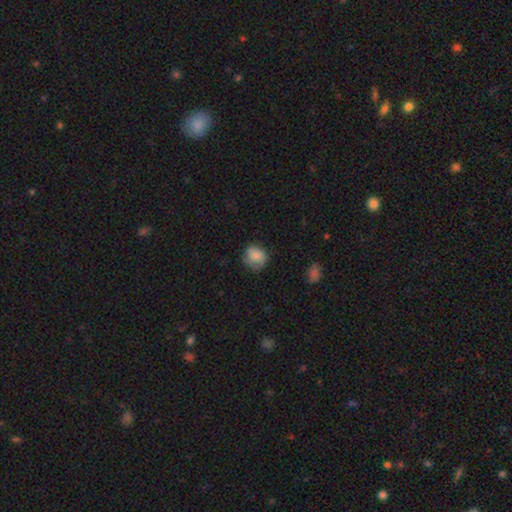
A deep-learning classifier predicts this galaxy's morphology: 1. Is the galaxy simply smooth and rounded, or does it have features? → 73% smooth, 19% featured or disk, 8% star or artifact.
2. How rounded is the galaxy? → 76% round, 23% in between, 1% cigar-shaped.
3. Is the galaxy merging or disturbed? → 65% none, 26% minor disturbance, 7% major disturbance, 1% merger.